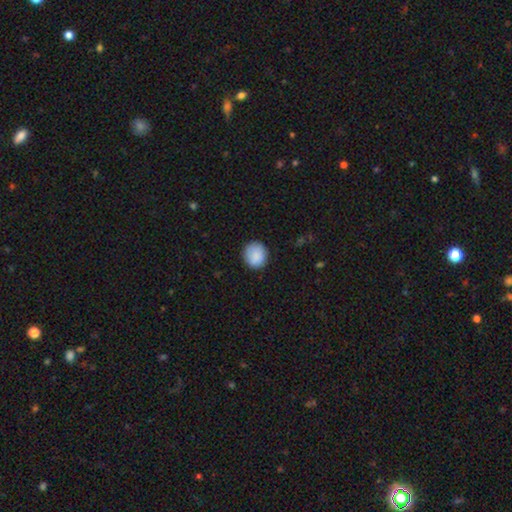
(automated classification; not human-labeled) Smooth or featured? Predicted: smooth (p=0.89). How rounded? Predicted: round (p=0.85). Merging? Predicted: none (p=0.86).